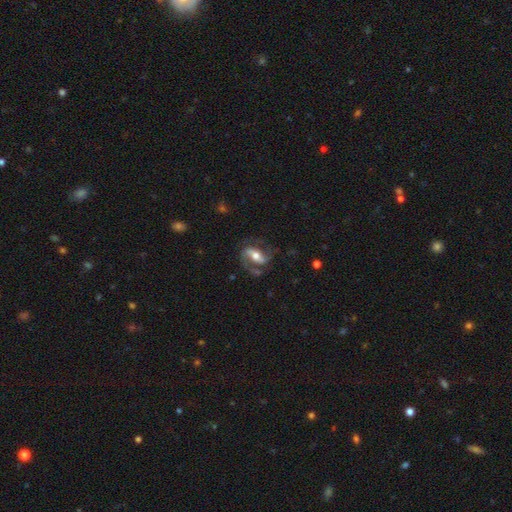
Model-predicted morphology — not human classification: A featured or disk galaxy (78%) with a strong bar (49%), 2 (87%) medium (50%) spiral arms (91%) and a moderate central bulge (67%). Merging: none (64%).